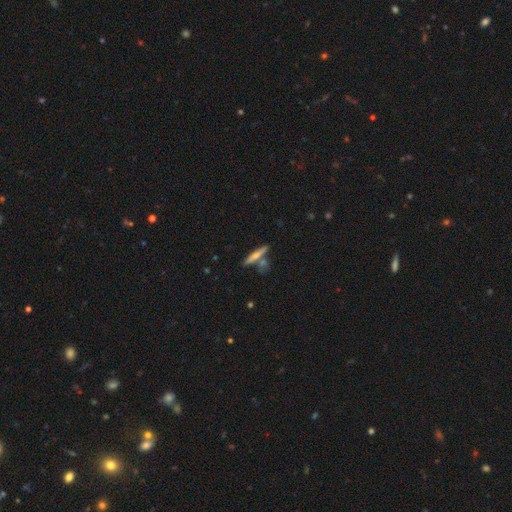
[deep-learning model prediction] This appears to be a smooth galaxy with no disk features (50%) that is cigar-shaped (88%). Merging: none (69%).